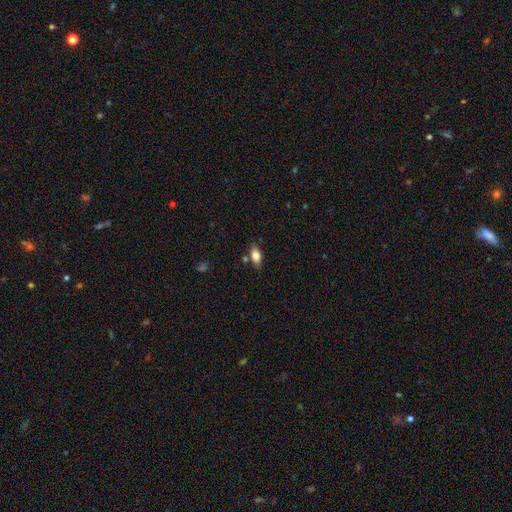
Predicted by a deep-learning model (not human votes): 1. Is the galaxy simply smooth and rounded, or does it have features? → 76% smooth, 16% featured or disk, 8% star or artifact.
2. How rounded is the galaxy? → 86% in between, 9% cigar-shaped, 5% round.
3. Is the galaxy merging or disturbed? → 77% none, 14% minor disturbance, 6% merger, 3% major disturbance.